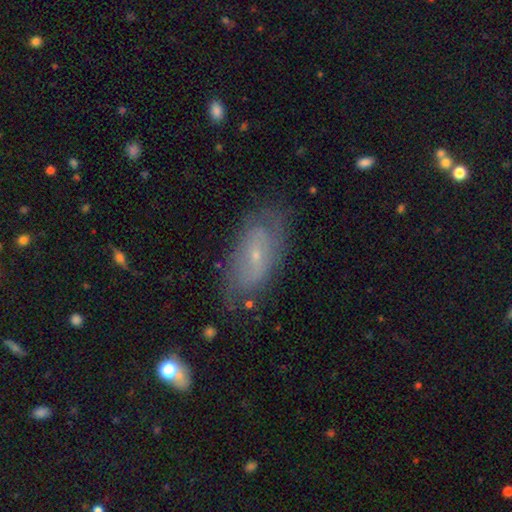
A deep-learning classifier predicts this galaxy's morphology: This is possibly a featured or disk galaxy (60%). It is clearly not viewed edge-on (89%). Bar: possibly no (49%). Spiral arm pattern: likely yes (70%). Central bulge: likely small (77%). Merging: likely none (69%).